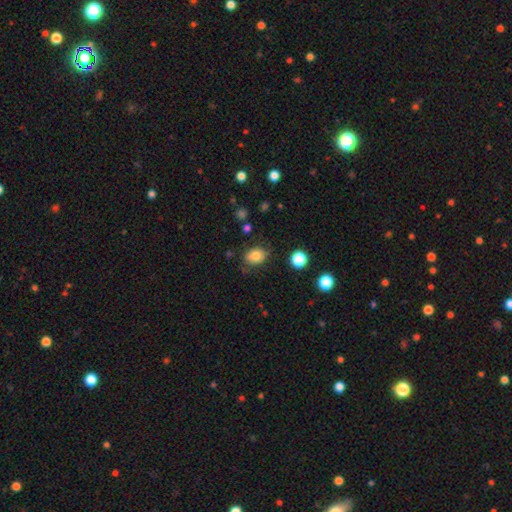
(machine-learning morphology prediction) smooth 78%, featured or disk 11%, star or artifact 11%. Down the decision tree: how rounded — in between (60%); merging — none (71%).